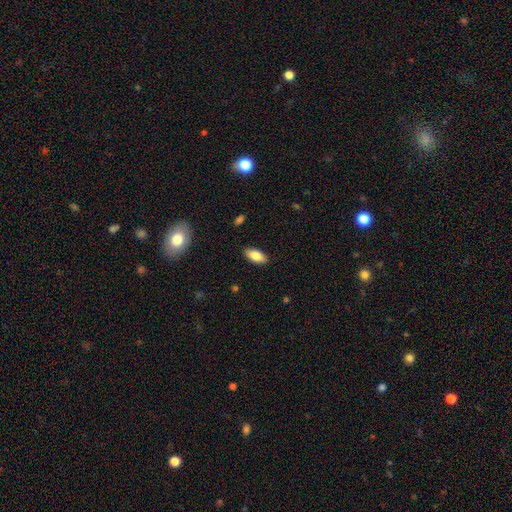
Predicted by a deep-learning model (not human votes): Smooth or featured? smooth (81%)
How rounded? in between (89%)
Merging? none (88%)